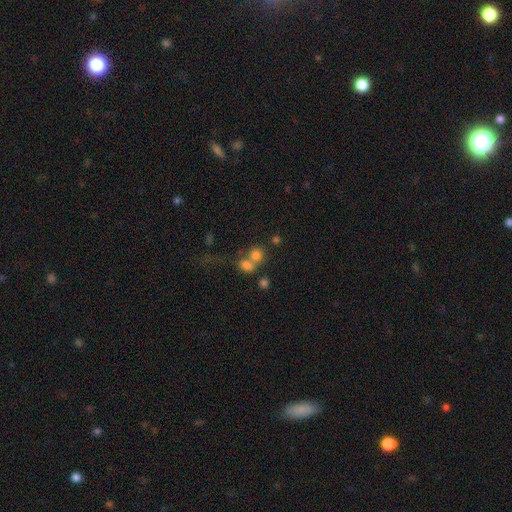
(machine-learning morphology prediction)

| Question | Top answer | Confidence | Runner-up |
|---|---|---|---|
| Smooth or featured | smooth | 74% | star or artifact (15%) |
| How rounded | round | 76% | in between (22%) |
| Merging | merger | 51% | none (38%) |